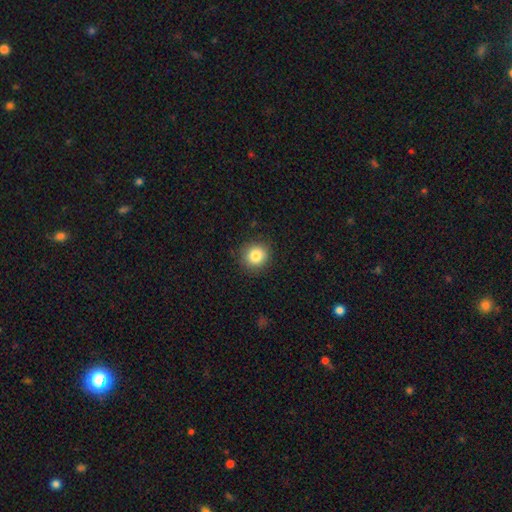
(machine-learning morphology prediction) Q: Smooth or featured?
A: smooth (84%); runner-up: star or artifact (10%)
Q: How rounded?
A: round (88%); runner-up: in between (11%)
Q: Merging?
A: none (89%); runner-up: minor disturbance (8%)